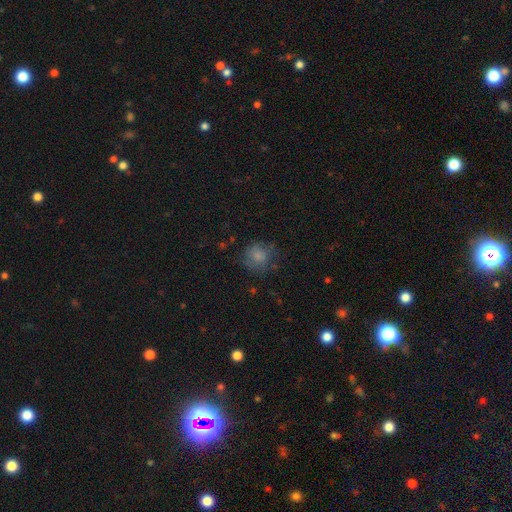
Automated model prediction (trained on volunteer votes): Overall: smooth (77%). How rounded: round (84%). Merging: none (67%).